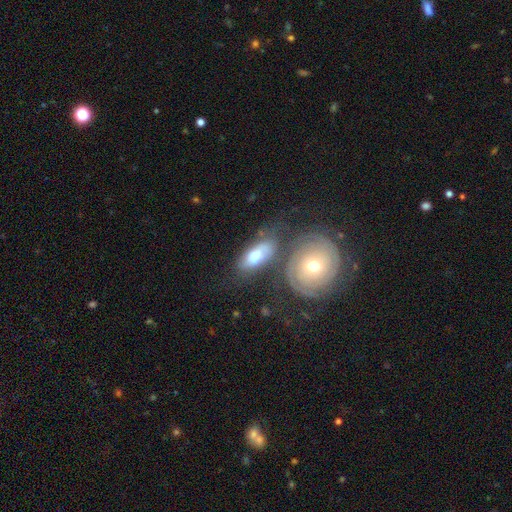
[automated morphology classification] Q: Smooth or featured?
A: smooth (56%); runner-up: featured or disk (37%)
Q: How rounded?
A: in between (84%); runner-up: cigar-shaped (10%)
Q: Merging?
A: none (50%); runner-up: merger (24%)